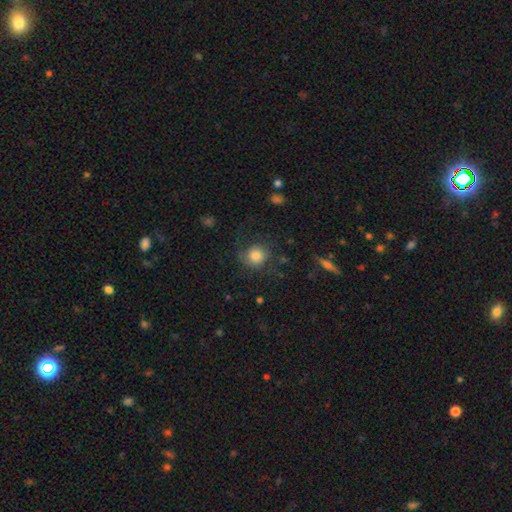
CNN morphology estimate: smooth_or_featured: smooth (p=0.73) [alt: featured or disk p=0.18]
how_rounded: round (p=0.88) [alt: in between p=0.11]
merging: none (p=0.67) [alt: minor disturbance p=0.18]